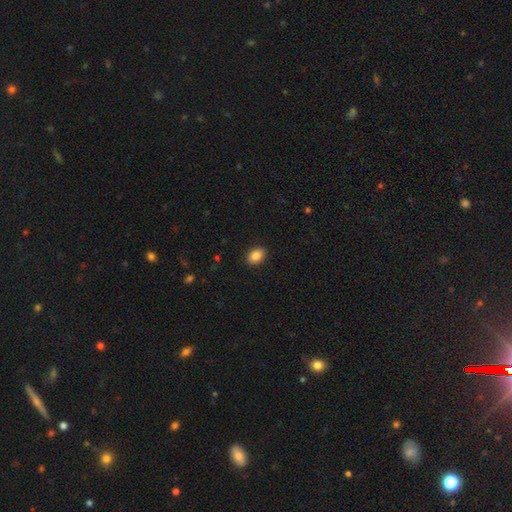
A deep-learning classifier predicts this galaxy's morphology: Smooth or featured? smooth (87%)
How rounded? in between (76%)
Merging? none (90%)